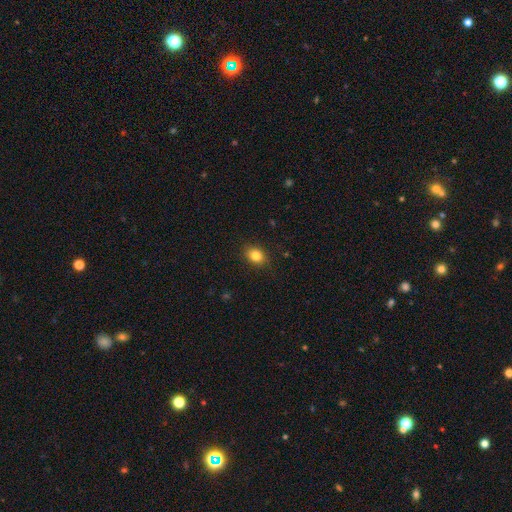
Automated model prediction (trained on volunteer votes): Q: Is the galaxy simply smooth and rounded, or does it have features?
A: smooth — 84%.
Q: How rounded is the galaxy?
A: in between — 57%.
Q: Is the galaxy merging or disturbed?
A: none — 88%.